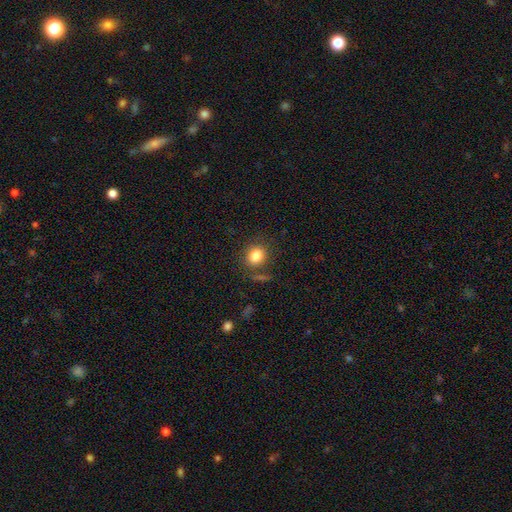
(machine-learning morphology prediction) This is clearly a smooth galaxy (83%). How rounded: likely round (71%). Merging: likely none (79%).